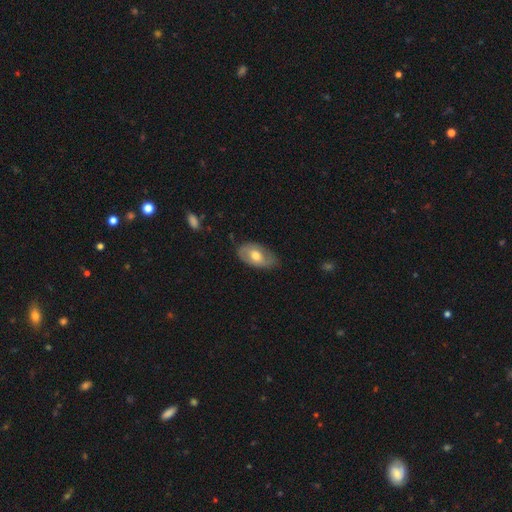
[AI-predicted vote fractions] Smooth or featured? smooth (52%)
How rounded? in between (92%)
Merging? none (71%)